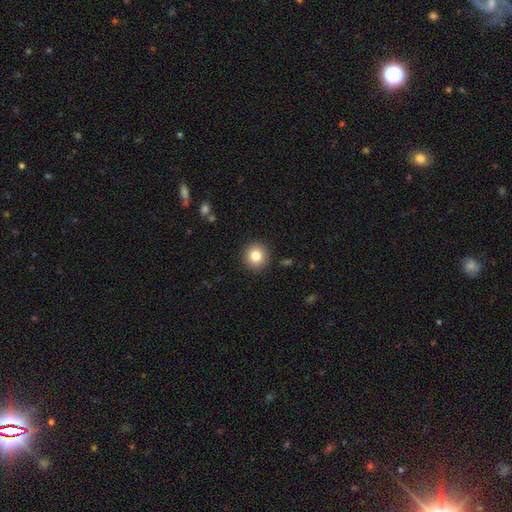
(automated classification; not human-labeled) Smooth or featured? Predicted: smooth (p=0.82). How rounded? Predicted: round (p=0.92). Merging? Predicted: none (p=0.91).